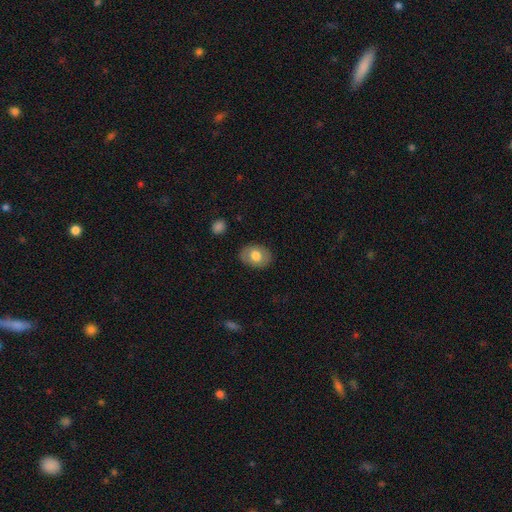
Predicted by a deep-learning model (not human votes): This appears to be a smooth galaxy with no disk features (70%) that is in between round and cigar-shaped (69%). Merging: none (85%).